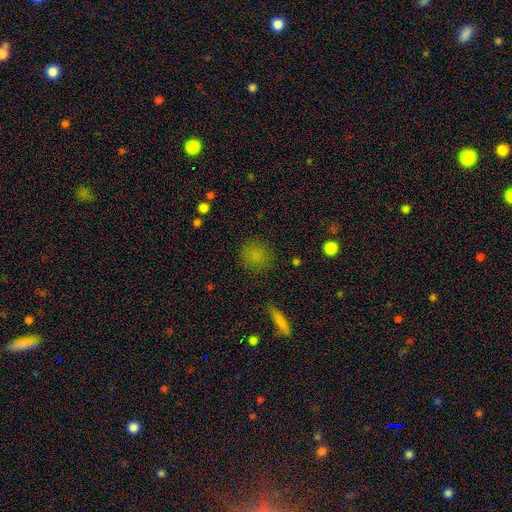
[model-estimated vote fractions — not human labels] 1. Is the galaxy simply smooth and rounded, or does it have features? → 79% smooth, 14% star or artifact, 6% featured or disk.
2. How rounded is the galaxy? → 87% round, 11% in between, 2% cigar-shaped.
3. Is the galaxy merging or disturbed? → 84% none, 11% minor disturbance, 4% major disturbance, 2% merger.